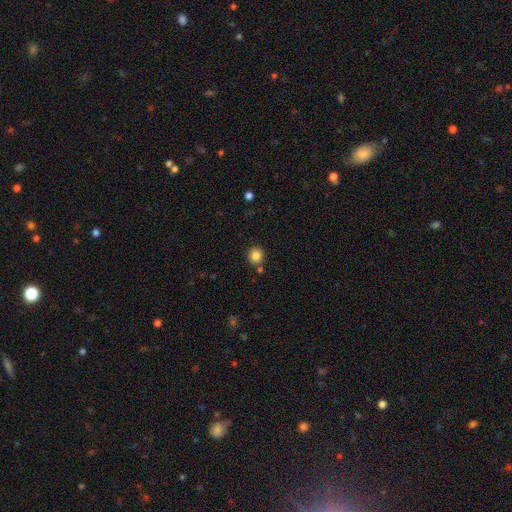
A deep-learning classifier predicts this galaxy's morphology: Q: Smooth or featured?
A: smooth (84%); runner-up: star or artifact (11%)
Q: How rounded?
A: round (92%); runner-up: in between (7%)
Q: Merging?
A: none (83%); runner-up: minor disturbance (7%)